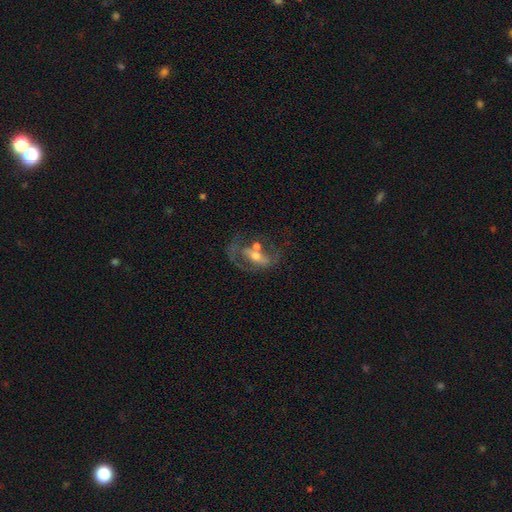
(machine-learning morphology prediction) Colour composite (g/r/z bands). It shows a featured or disk galaxy (71%) with no bar (51%), spiral arms (62%) and a moderate central bulge (50%). Merging: none (30%).